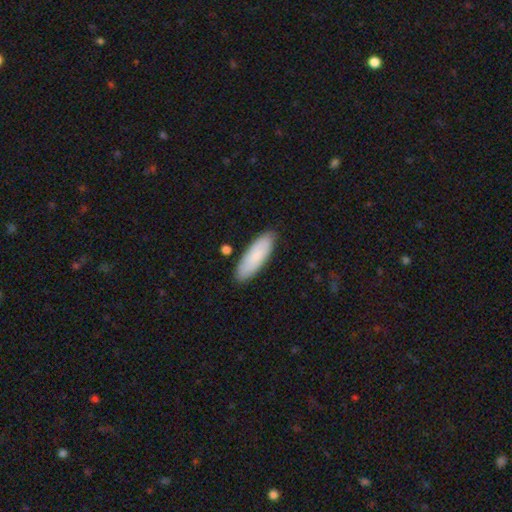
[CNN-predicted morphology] Smooth or featured? Predicted: smooth (p=0.83). How rounded? Predicted: in between (p=0.56). Merging? Predicted: none (p=0.86).